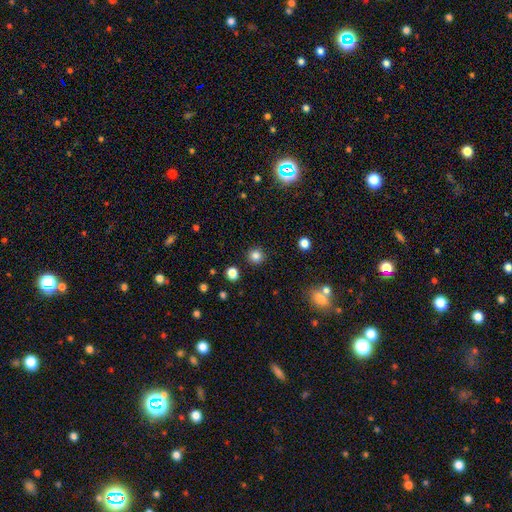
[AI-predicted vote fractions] A smooth galaxy with no disk features (83%) that is round (94%). Merging: none (91%).